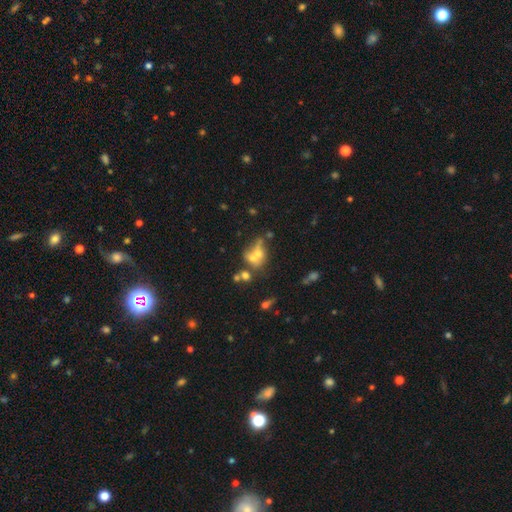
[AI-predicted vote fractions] The model was most divided on "smooth or featured": smooth: 48%, featured or disk: 33%, star or artifact: 19%. More confident: merging — merger (52%).